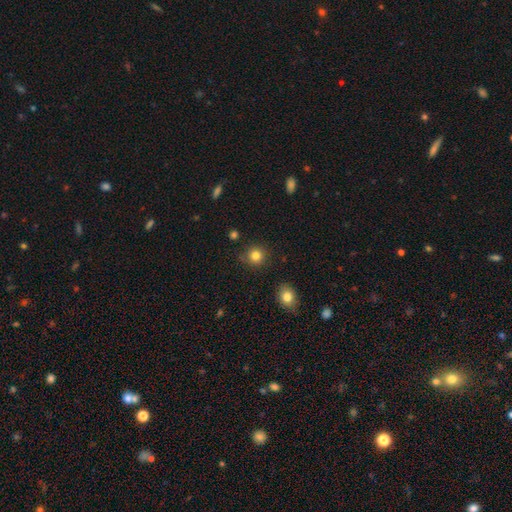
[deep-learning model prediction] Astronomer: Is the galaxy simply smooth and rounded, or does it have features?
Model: smooth — 83%.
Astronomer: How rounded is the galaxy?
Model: round — 92%.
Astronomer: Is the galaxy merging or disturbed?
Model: none — 87%.